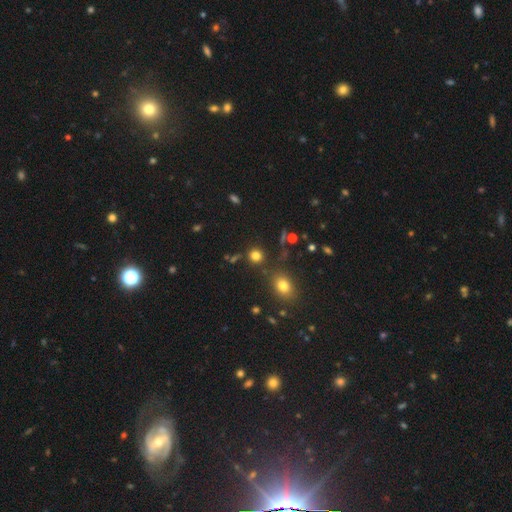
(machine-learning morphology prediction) Smooth or featured? smooth (77%)
How rounded? round (90%)
Merging? none (81%)